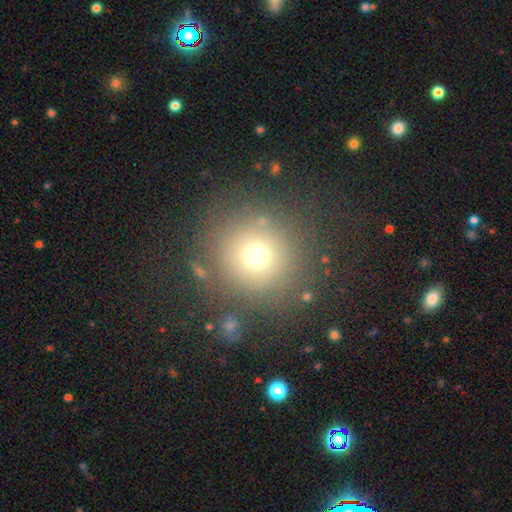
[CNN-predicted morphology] type=smooth (70%); roundness=round (93%); merging=none (82%).